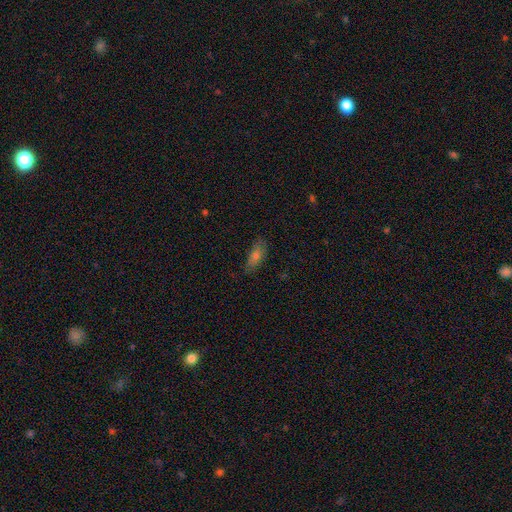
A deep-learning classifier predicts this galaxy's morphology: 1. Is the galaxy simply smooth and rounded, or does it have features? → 60% smooth, 26% featured or disk, 14% star or artifact.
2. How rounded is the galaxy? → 65% in between, 30% cigar-shaped, 4% round.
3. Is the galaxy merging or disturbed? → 77% none, 18% minor disturbance, 4% major disturbance, 1% merger.